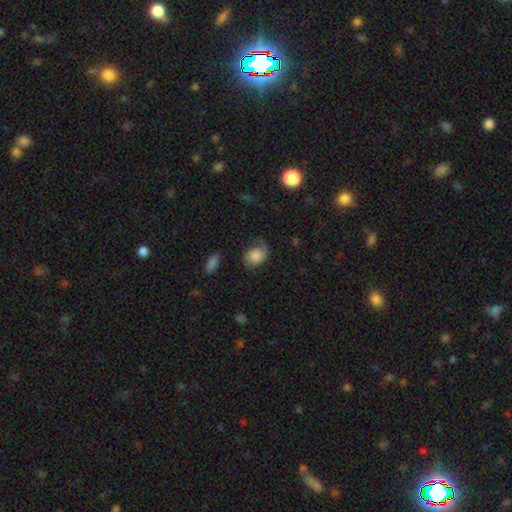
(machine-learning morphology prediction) Overall: smooth (81%). How rounded: in between (67%; round 32%). Merging: none (53%; minor disturbance 31%).